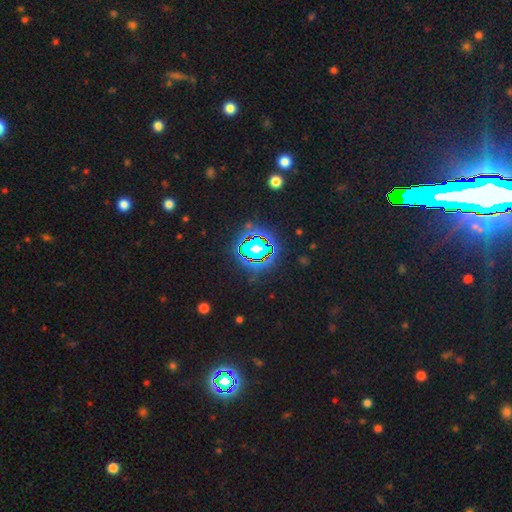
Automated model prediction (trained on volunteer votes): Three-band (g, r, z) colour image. It shows a star or artifact, not a galaxy (83%).